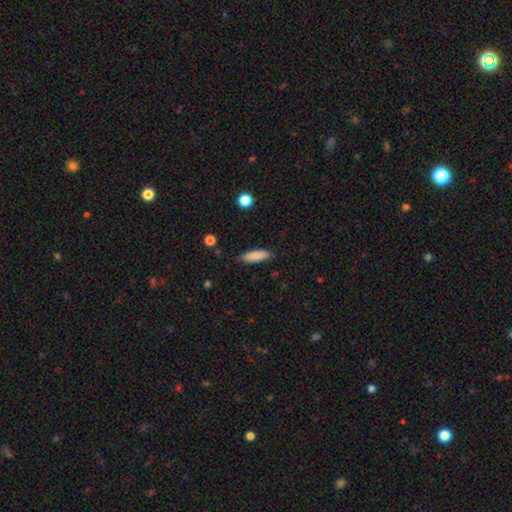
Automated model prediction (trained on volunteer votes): A smooth galaxy with no disk features (86%) that is cigar-shaped (51%). Merging: none (84%).